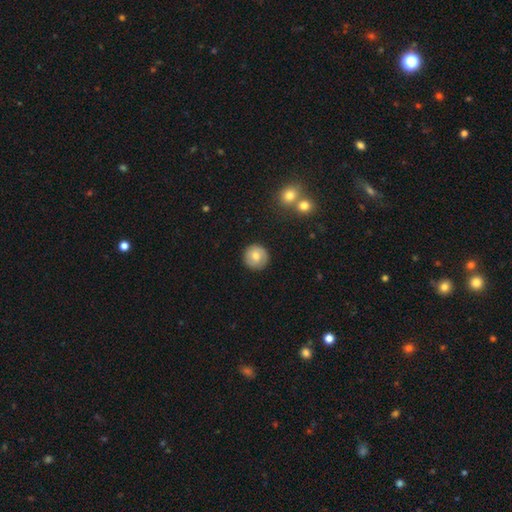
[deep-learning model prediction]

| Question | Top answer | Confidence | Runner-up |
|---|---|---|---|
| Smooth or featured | smooth | 70% | featured or disk (23%) |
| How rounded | round | 95% | in between (4%) |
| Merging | none | 89% | minor disturbance (7%) |